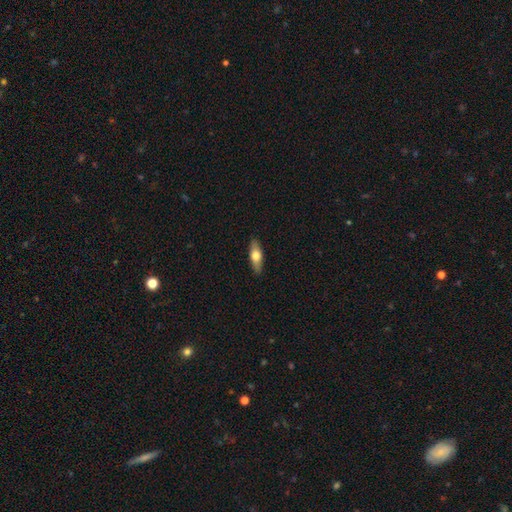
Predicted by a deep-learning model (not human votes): This appears to be a smooth galaxy with no disk features (61%) that is in between round and cigar-shaped (59%). Merging: none (89%).